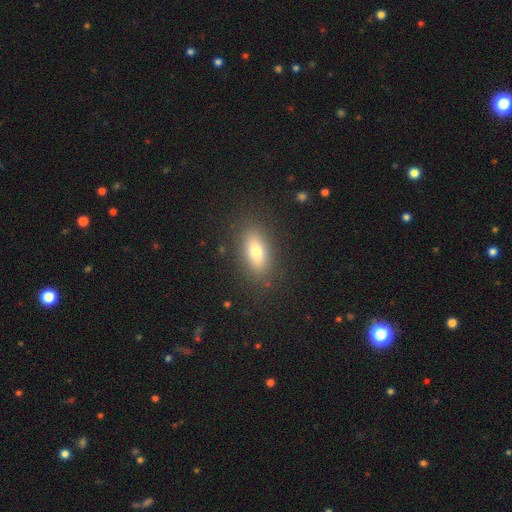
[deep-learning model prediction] smooth_or_featured: smooth (p=0.73) [alt: featured or disk p=0.18]
how_rounded: in between (p=0.81) [alt: cigar-shaped p=0.14]
merging: none (p=0.86) [alt: minor disturbance p=0.09]